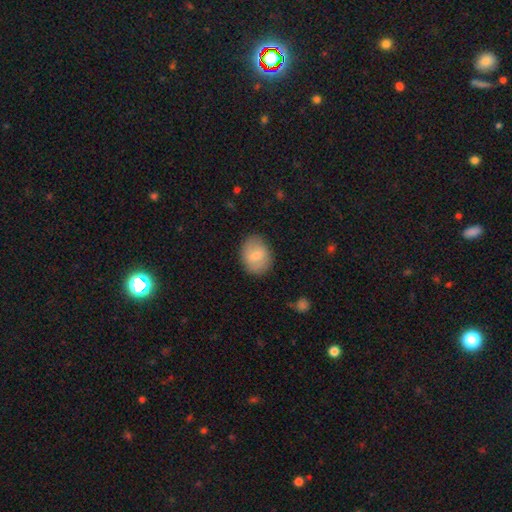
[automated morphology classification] A smooth galaxy with no disk features (70%) that is in between round and cigar-shaped (58%). Merging: none (83%).